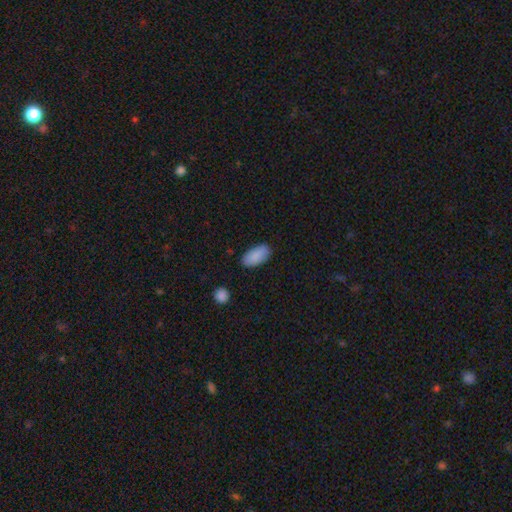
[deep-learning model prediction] Smooth or featured?
  - smooth: 88% *
  - star or artifact: 7%
  - featured or disk: 5%
How rounded?
  - in between: 93% *
  - cigar-shaped: 5%
  - round: 2%
Merging?
  - none: 84% *
  - minor disturbance: 12%
  - major disturbance: 2%
  - merger: 1%